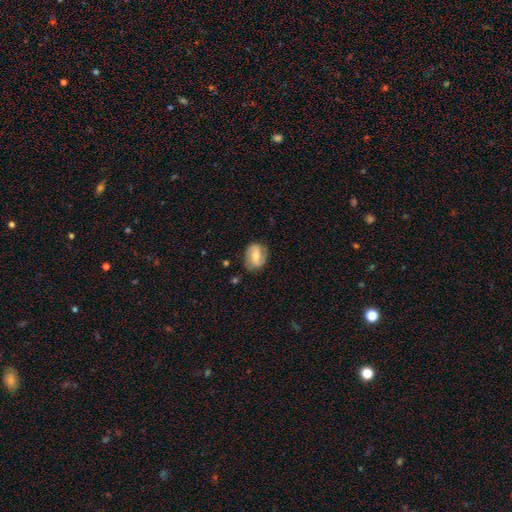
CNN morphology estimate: Smooth or featured?
  - featured or disk: 65% *
  - smooth: 29%
  - star or artifact: 6%
Edge-on disk?
  - no: 96% *
  - yes: 4%
Bar?
  - strong: 42% *
  - weak: 39%
  - no: 19%
Spiral arms?
  - yes: 84% *
  - no: 16%
Spiral winding?
  - medium: 41% *
  - loose: 30%
  - tight: 28%
Spiral arm count?
  - 2: 86% *
  - can't tell: 7%
  - 1: 4%
  - 3: 1%
  - 4: 1%
  - more than 4: 1%
Bulge size?
  - moderate: 55% *
  - small: 35%
  - large: 6%
  - none: 4%
  - dominant: 1%
Merging?
  - none: 78% *
  - minor disturbance: 16%
  - major disturbance: 5%
  - merger: 2%